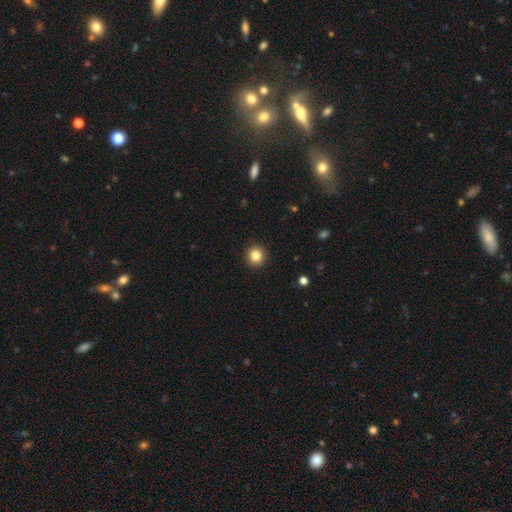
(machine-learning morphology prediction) Smooth or featured: smooth — 83% (star or artifact — 11%)
How rounded: round — 93% (in between — 6%)
Merging: none — 93% (minor disturbance — 4%)